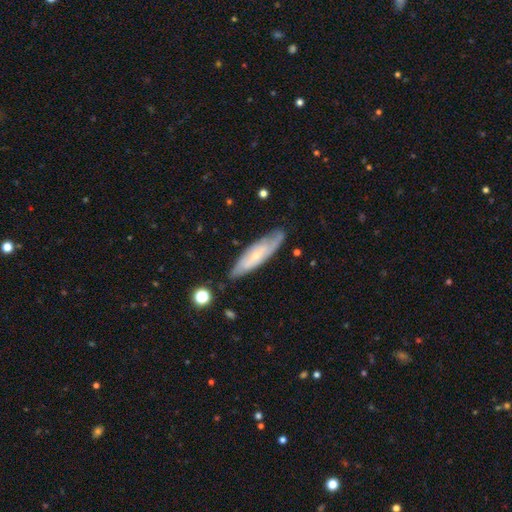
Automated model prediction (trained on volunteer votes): Smooth or featured? featured or disk (60%)
Edge-on disk? no (63%)
Merging? none (76%)